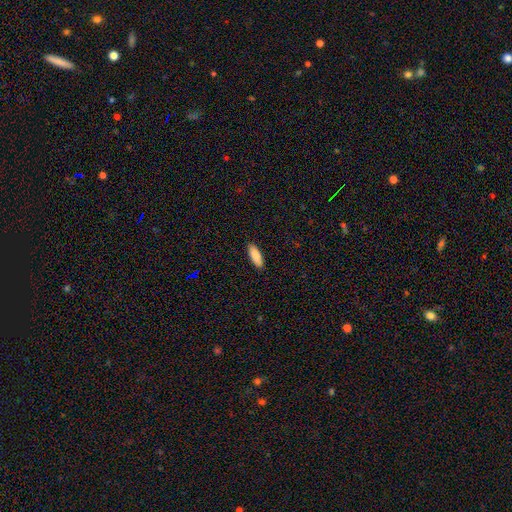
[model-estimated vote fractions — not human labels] Smooth or featured: smooth — 86% (featured or disk — 8%)
How rounded: in between — 64% (cigar-shaped — 34%)
Merging: none — 90% (minor disturbance — 8%)